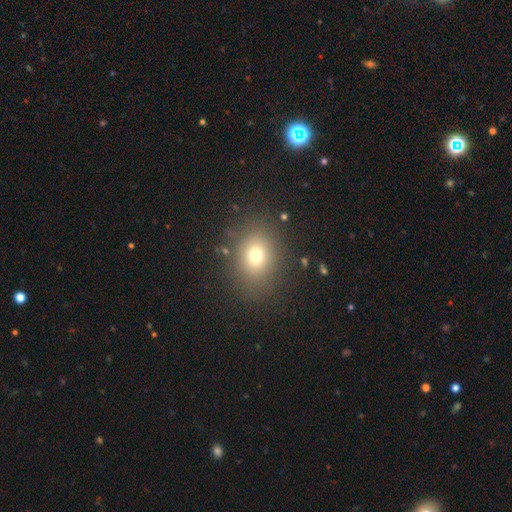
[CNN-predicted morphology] Q: Smooth or featured?
A: smooth (72%); runner-up: star or artifact (17%)
Q: How rounded?
A: round (58%); runner-up: in between (41%)
Q: Merging?
A: none (84%); runner-up: minor disturbance (9%)